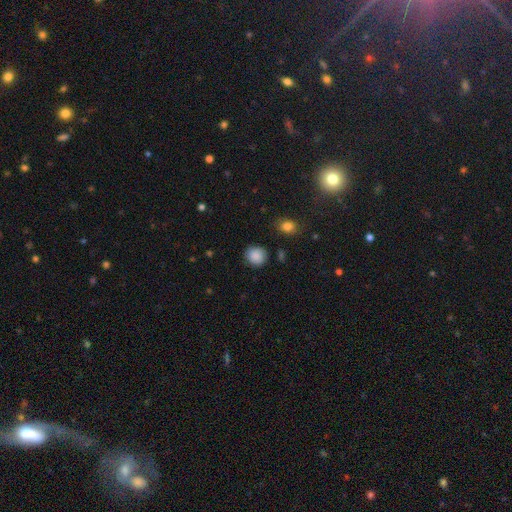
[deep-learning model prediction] Smooth or featured?
  - smooth: 88% *
  - star or artifact: 8%
  - featured or disk: 4%
How rounded?
  - round: 86% *
  - in between: 13%
  - cigar-shaped: 1%
Merging?
  - none: 86% *
  - minor disturbance: 10%
  - major disturbance: 3%
  - merger: 2%